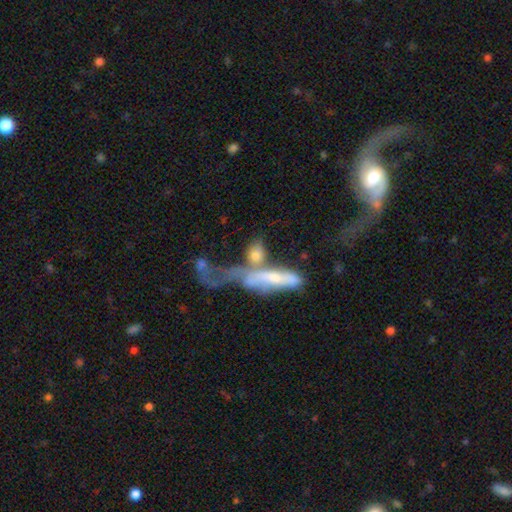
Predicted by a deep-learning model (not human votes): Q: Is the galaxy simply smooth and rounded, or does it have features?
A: smooth — 61%.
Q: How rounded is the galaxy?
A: in between — 52%.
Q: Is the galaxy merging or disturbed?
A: merger — 52%.